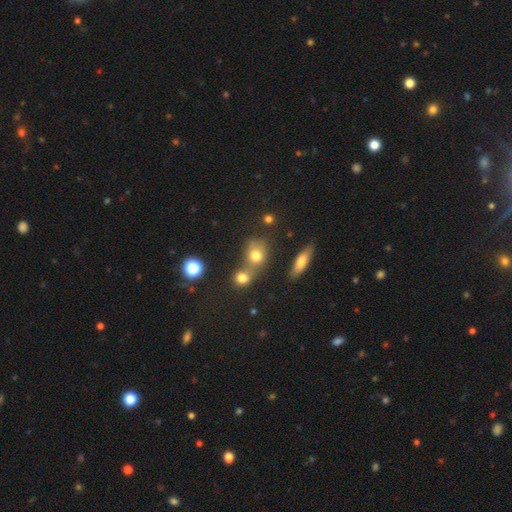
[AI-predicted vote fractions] This appears to be a smooth galaxy with no disk features (74%) that is round (63%). Merging: merger (45%).